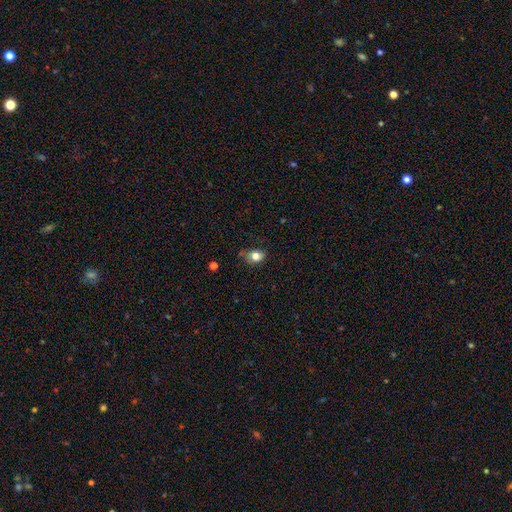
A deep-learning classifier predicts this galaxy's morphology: type=smooth (79%); roundness=in between (64%); merging=none (68%).